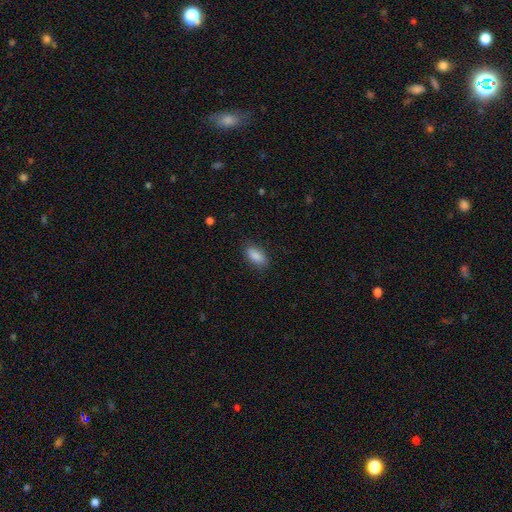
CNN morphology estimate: Smooth or featured: smooth — 87% (star or artifact — 7%)
How rounded: in between — 88% (cigar-shaped — 9%)
Merging: none — 84% (minor disturbance — 12%)